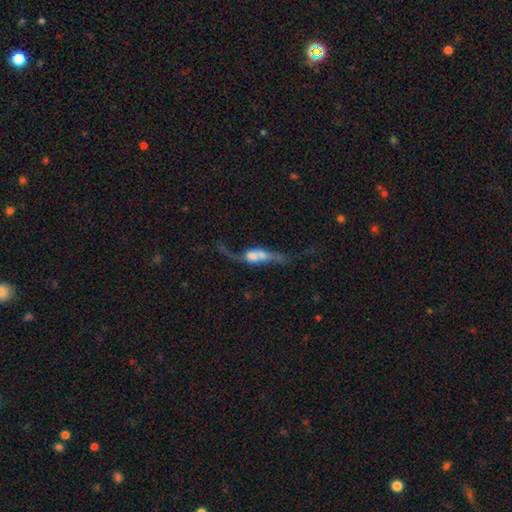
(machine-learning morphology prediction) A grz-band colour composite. It shows a featured or disk galaxy (58%). Merging: merger (42%).